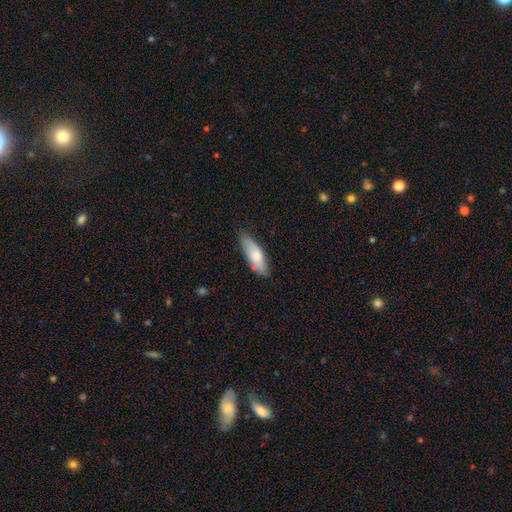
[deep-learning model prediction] Overall: smooth (77%). How rounded: in between (62%; cigar-shaped 36%). Merging: none (77%).